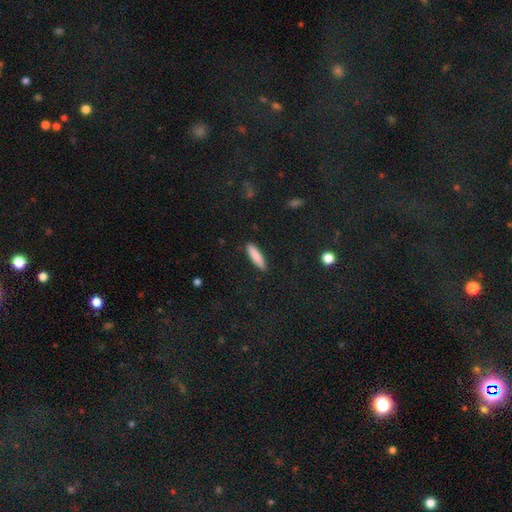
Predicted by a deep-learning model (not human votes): Q: Smooth or featured?
A: smooth (86%); runner-up: featured or disk (8%)
Q: How rounded?
A: cigar-shaped (78%); runner-up: in between (21%)
Q: Merging?
A: none (90%); runner-up: minor disturbance (7%)